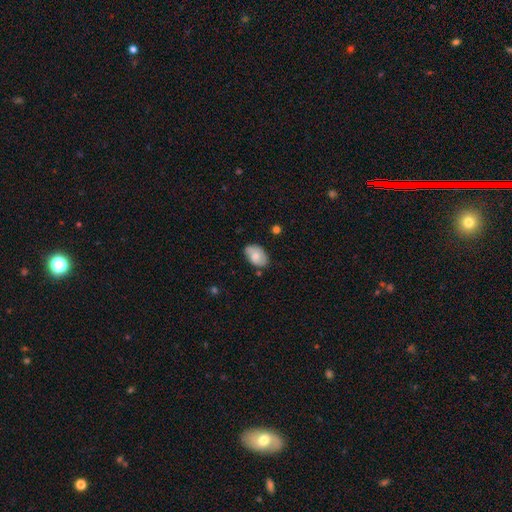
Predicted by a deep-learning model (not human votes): Smooth or featured: smooth — 70% (featured or disk — 24%)
How rounded: in between — 90% (round — 9%)
Merging: none — 66% (minor disturbance — 26%)